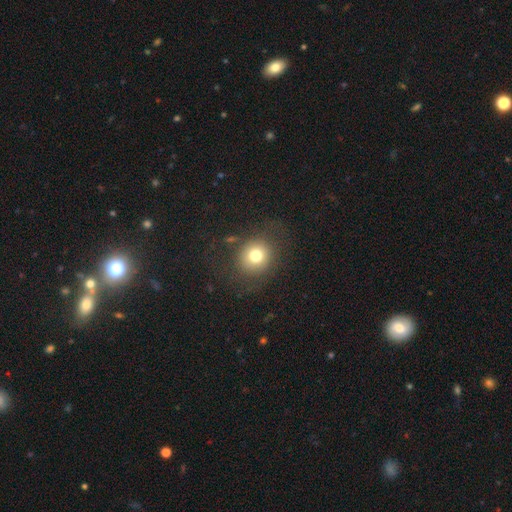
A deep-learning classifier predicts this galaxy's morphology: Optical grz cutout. It shows a smooth galaxy with no disk features (75%) that is round (84%). Merging: none (77%).